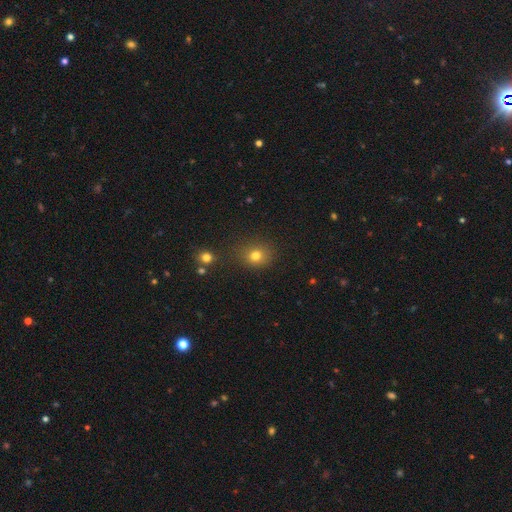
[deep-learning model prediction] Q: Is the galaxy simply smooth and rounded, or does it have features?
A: smooth — 77%.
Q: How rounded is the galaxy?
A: round — 74%.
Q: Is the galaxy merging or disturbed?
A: none — 78%.